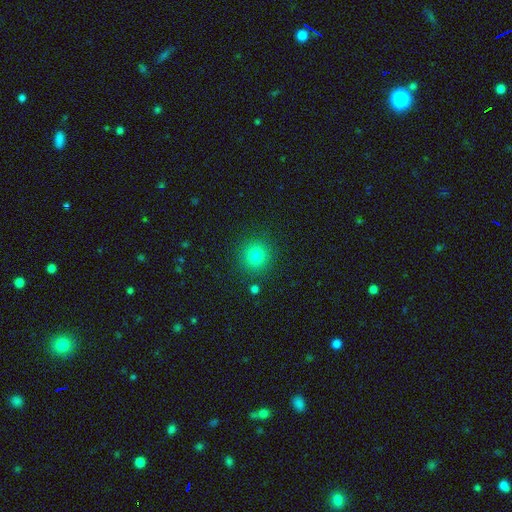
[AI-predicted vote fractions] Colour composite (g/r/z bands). It shows a smooth galaxy with no disk features (80%) that is round (92%). Merging: none (89%).